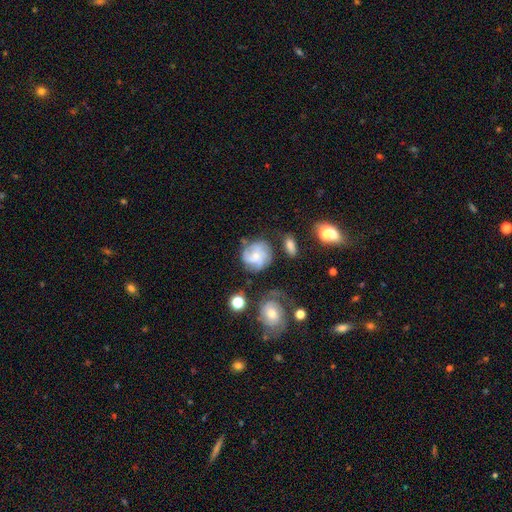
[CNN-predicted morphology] smooth_or_featured: featured or disk (p=0.64) [alt: smooth p=0.27]
disk_edge_on: no (p=0.97) [alt: yes p=0.03]
bar: no (p=0.69) [alt: weak p=0.26]
has_spiral_arms: yes (p=0.87) [alt: no p=0.13]
spiral_winding: tight (p=0.43) [alt: medium p=0.40]
spiral_arm_count: can't tell (p=0.32) [alt: 3 p=0.31]
bulge_size: small (p=0.57) [alt: moderate p=0.33]
merging: none (p=0.53) [alt: minor disturbance p=0.23]